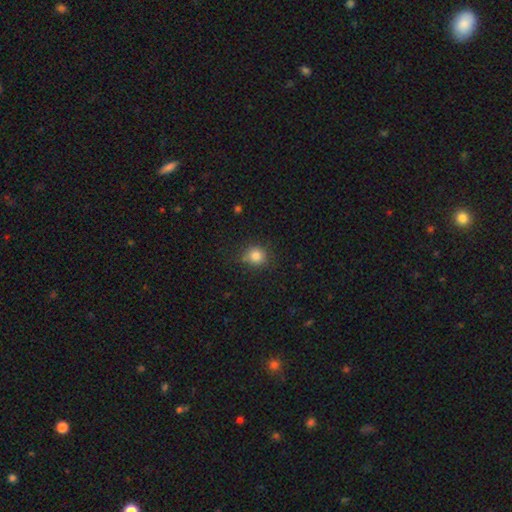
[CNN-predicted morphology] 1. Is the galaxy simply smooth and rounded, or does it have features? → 84% smooth, 11% star or artifact, 5% featured or disk.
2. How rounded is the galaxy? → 85% round, 14% in between, 1% cigar-shaped.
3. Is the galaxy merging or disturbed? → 78% none, 16% minor disturbance, 4% major disturbance, 2% merger.